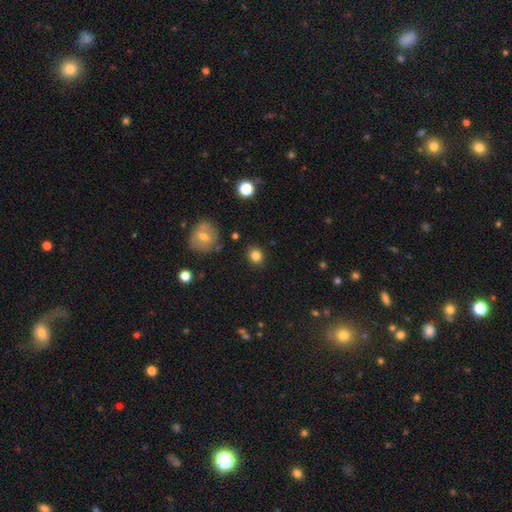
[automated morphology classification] A smooth galaxy with no disk features (82%) that is round (78%). Merging: none (86%).